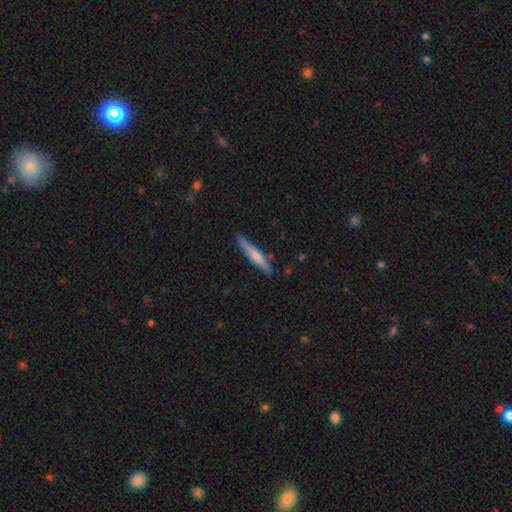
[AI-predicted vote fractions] This is possibly a smooth galaxy (57%). How rounded: clearly cigar-shaped (93%). Merging: clearly none (83%).